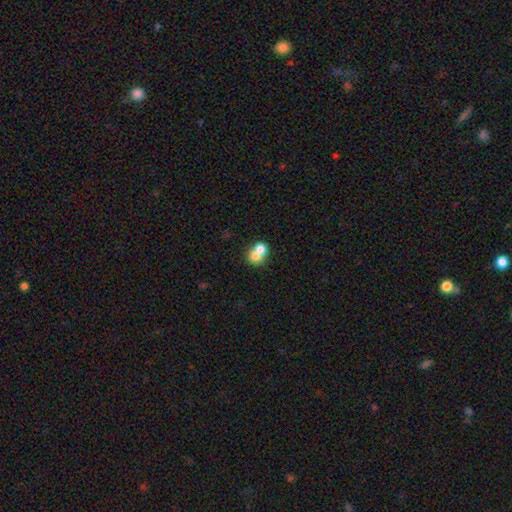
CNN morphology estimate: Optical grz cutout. It shows a smooth galaxy with no disk features (69%) that is round (69%). Merging: merger (65%).